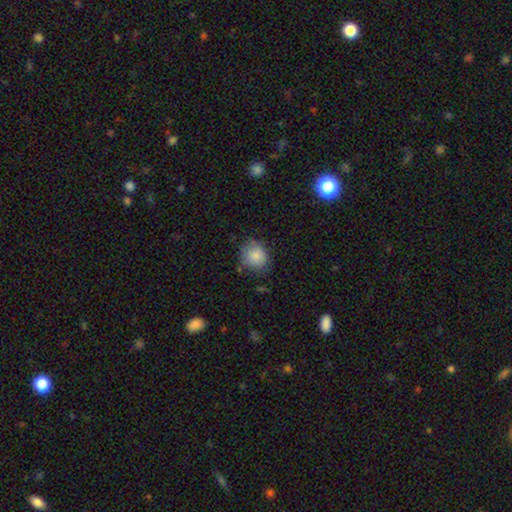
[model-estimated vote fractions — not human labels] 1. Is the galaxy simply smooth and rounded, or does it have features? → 84% smooth, 9% star or artifact, 7% featured or disk.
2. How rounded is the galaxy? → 80% round, 19% in between, 1% cigar-shaped.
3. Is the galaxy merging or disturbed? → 70% none, 22% minor disturbance, 6% major disturbance, 2% merger.